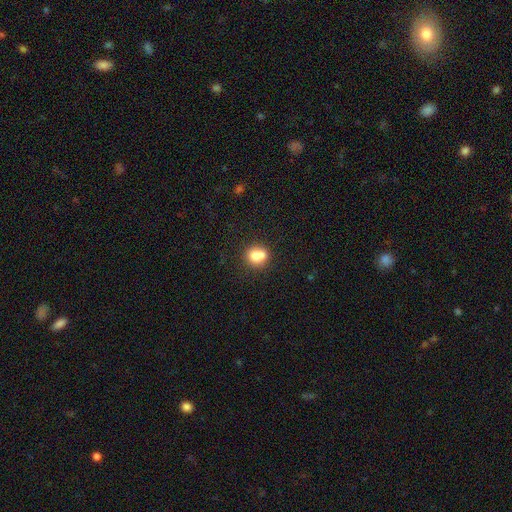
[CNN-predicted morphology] Smooth or featured: smooth — 73% (featured or disk — 17%)
How rounded: round — 75% (in between — 24%)
Merging: merger — 44% (none — 42%)